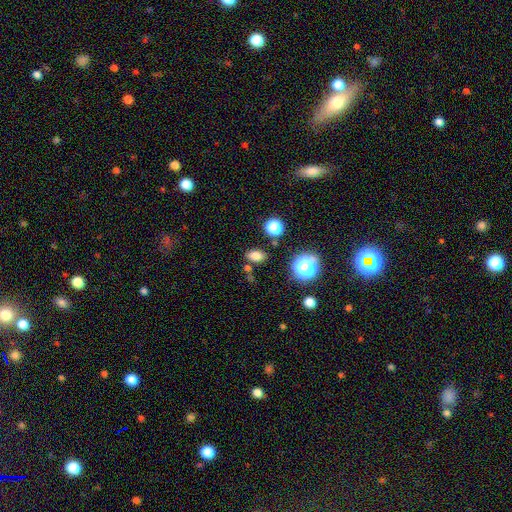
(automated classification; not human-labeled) Smooth or featured? Predicted: smooth (p=0.77). How rounded? Predicted: in between (p=0.80). Merging? Predicted: none (p=0.82).